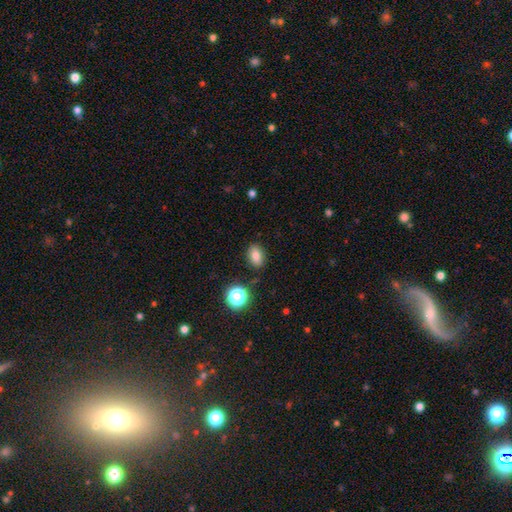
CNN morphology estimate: Smooth or featured? Predicted: smooth (p=0.80). How rounded? Predicted: in between (p=0.79). Merging? Predicted: none (p=0.86).